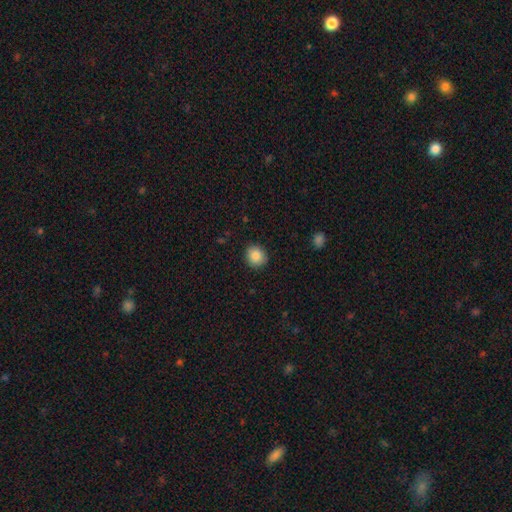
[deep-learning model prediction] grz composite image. It shows a smooth galaxy with no disk features (88%) that is round (83%). Merging: none (89%).